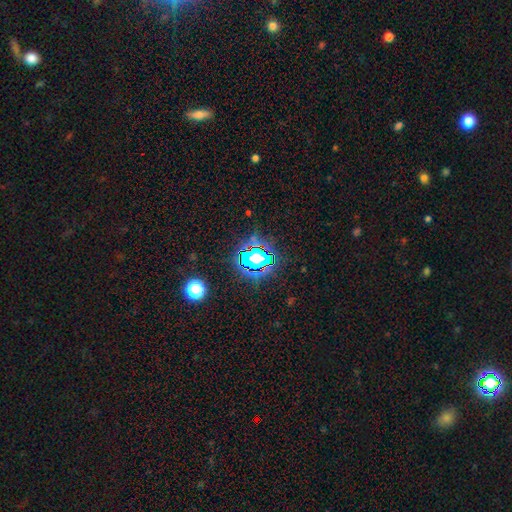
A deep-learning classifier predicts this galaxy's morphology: smooth-or-featured: star or artifact: 75% | smooth: 16% | featured or disk: 9%